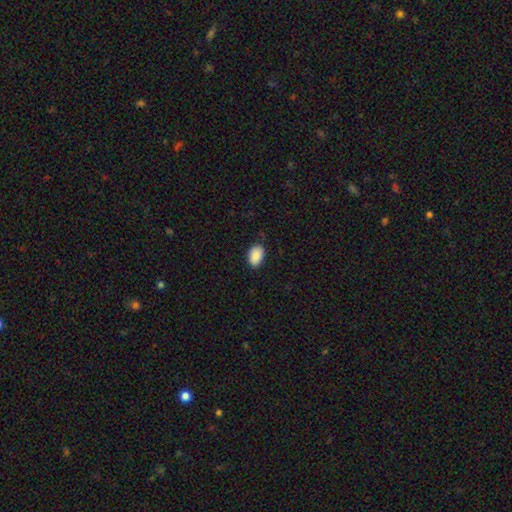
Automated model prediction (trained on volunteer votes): Smooth or featured? smooth (90%)
How rounded? in between (88%)
Merging? none (83%)